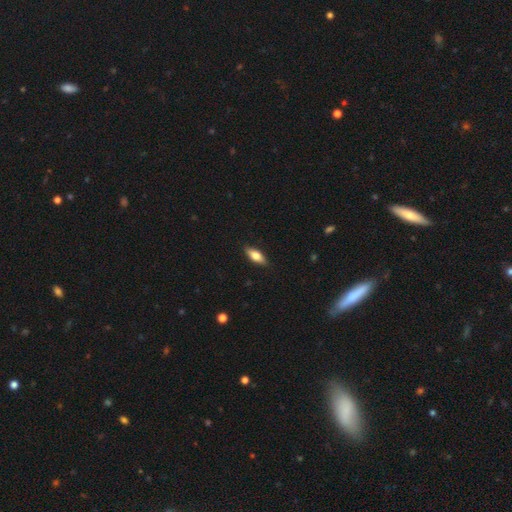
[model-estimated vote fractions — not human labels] A smooth galaxy with no disk features (72%) that is in between round and cigar-shaped (76%). Merging: none (88%).